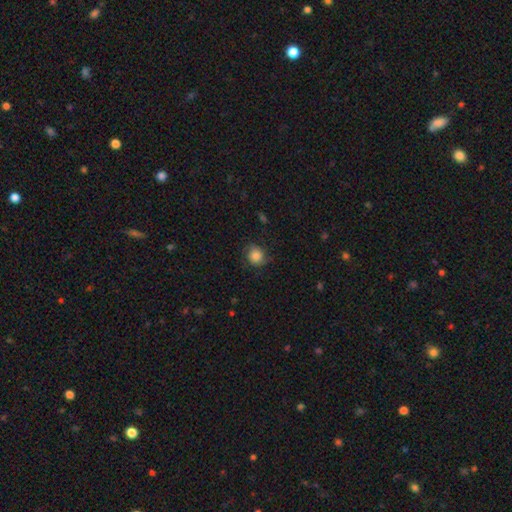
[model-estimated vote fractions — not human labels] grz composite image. It shows a smooth galaxy with no disk features (78%) that is round (81%). Merging: none (71%).